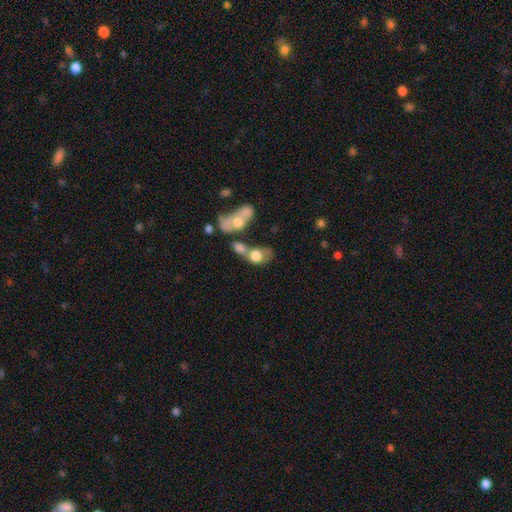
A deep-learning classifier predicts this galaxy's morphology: smooth-or-featured: smooth: 63% | featured or disk: 28% | star or artifact: 9%
  how-rounded: in between: 70% | round: 27% | cigar-shaped: 3%
  merging: merger: 66% | none: 14% | major disturbance: 11% | minor disturbance: 9%